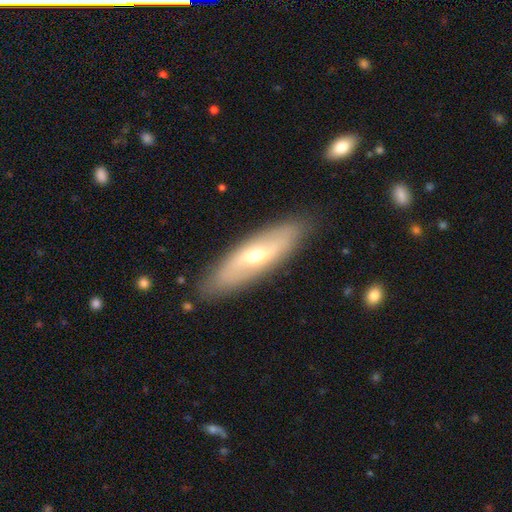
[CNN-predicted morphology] Smooth or featured? featured or disk (62%)
Edge-on disk? no (66%)
Merging? none (87%)